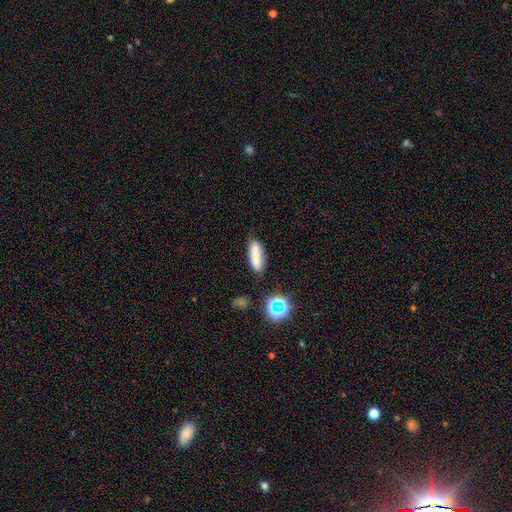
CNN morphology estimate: Smooth or featured? smooth (74%)
How rounded? cigar-shaped (57%)
Merging? none (77%)